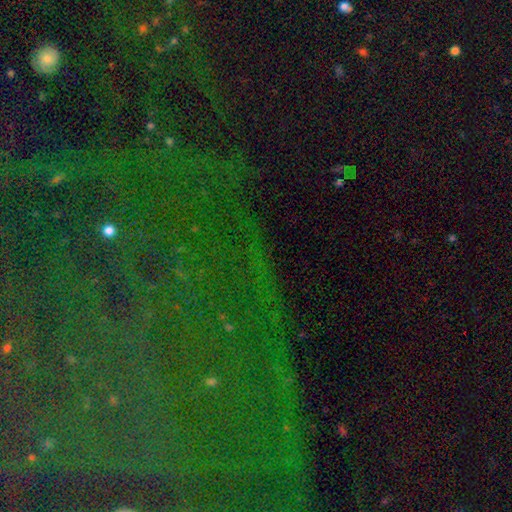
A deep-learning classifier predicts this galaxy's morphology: Overall: star or artifact (82%).